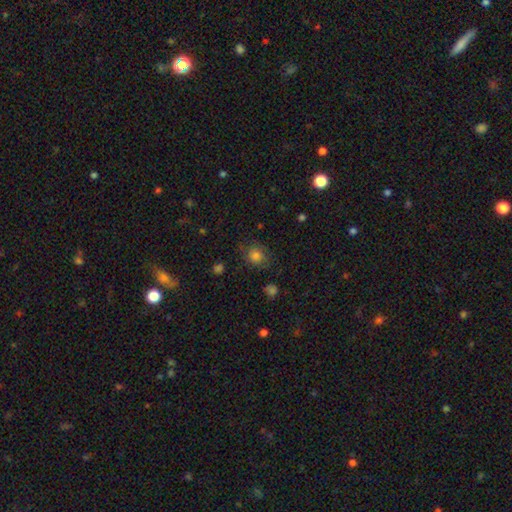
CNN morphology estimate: Q: Smooth or featured?
A: smooth (78%); runner-up: star or artifact (13%)
Q: How rounded?
A: round (75%); runner-up: in between (24%)
Q: Merging?
A: none (72%); runner-up: minor disturbance (19%)